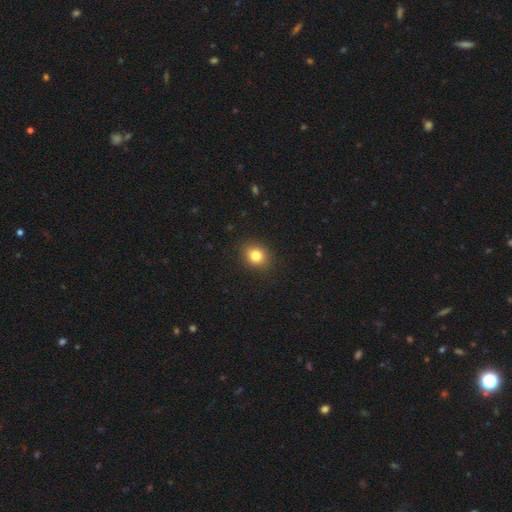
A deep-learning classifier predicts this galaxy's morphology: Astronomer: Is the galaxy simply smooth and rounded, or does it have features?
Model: smooth — 82%.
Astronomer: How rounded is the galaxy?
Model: round — 64%.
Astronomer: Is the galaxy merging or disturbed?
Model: none — 89%.